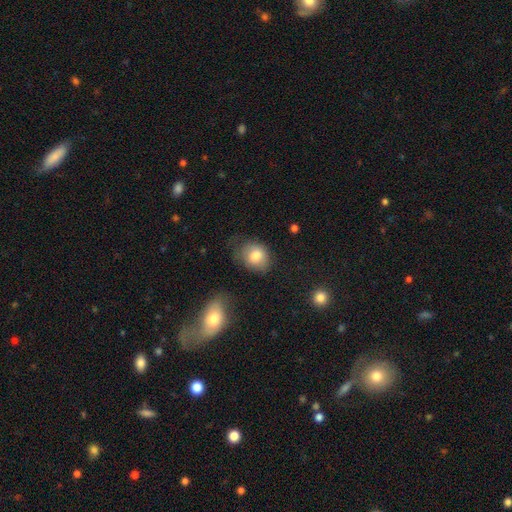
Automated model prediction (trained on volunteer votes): A smooth galaxy with no disk features (79%) that is in between round and cigar-shaped (50%).

Vote fractions:
- Smooth or featured? smooth: 79% / featured or disk: 12% / star or artifact: 9%
- How rounded? in between: 50% / round: 49% / cigar-shaped: 1%
- Merging? none: 58% / minor disturbance: 28% / major disturbance: 11% / merger: 3%